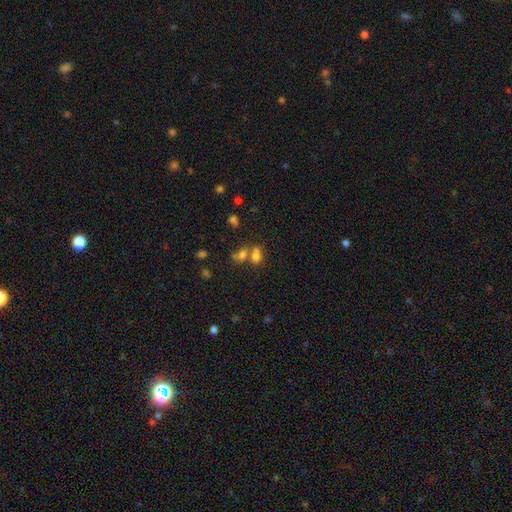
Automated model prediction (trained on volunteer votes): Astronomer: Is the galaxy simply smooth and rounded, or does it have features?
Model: smooth — 70%.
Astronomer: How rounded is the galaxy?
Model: in between — 69%.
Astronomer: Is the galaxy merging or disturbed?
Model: merger — 52% (runner-up: none, 33%).